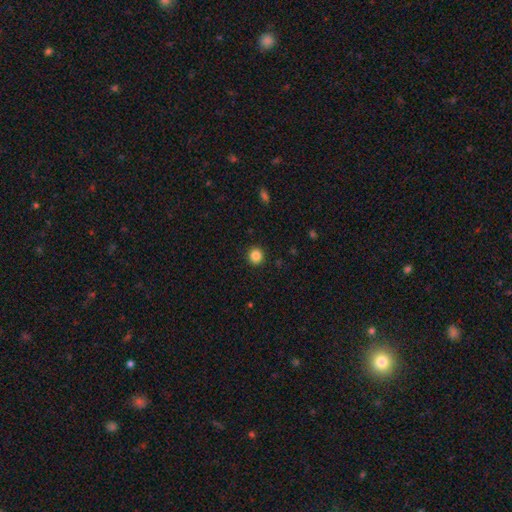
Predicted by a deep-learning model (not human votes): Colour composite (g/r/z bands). It shows a smooth galaxy with no disk features (86%) that is round (92%). Merging: none (92%).